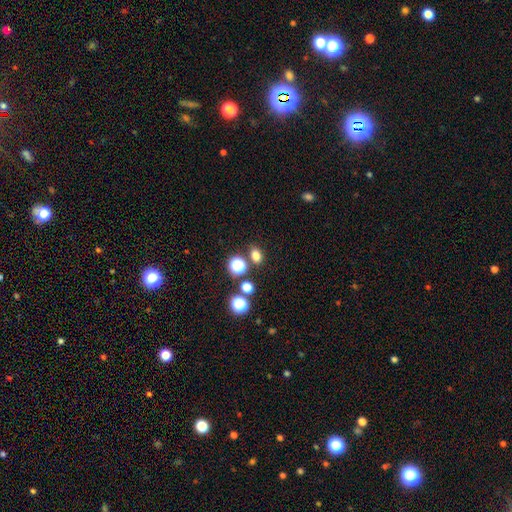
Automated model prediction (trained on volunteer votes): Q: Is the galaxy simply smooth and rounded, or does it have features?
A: smooth — 75%.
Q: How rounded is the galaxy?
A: in between — 53%.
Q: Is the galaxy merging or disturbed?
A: none — 78%.